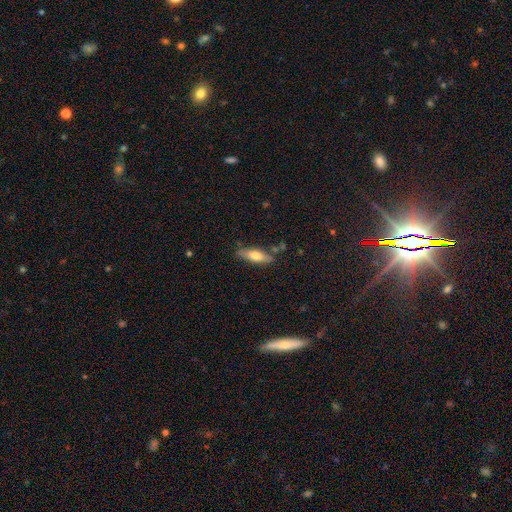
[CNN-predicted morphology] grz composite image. It shows a smooth galaxy with no disk features (64%) that is in between round and cigar-shaped (50%). Merging: none (76%).